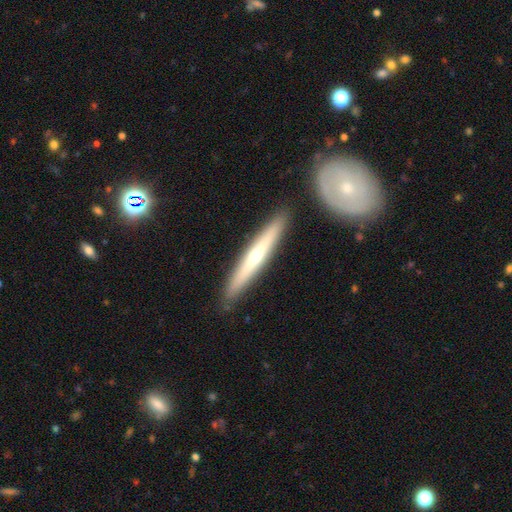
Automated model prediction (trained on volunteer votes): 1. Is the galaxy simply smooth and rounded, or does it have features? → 57% featured or disk, 38% smooth, 6% star or artifact.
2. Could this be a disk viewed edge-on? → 92% yes, 8% no.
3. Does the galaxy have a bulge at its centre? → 76% rounded, 22% none, 2% boxy.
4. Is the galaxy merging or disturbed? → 89% none, 7% minor disturbance, 3% merger, 2% major disturbance.